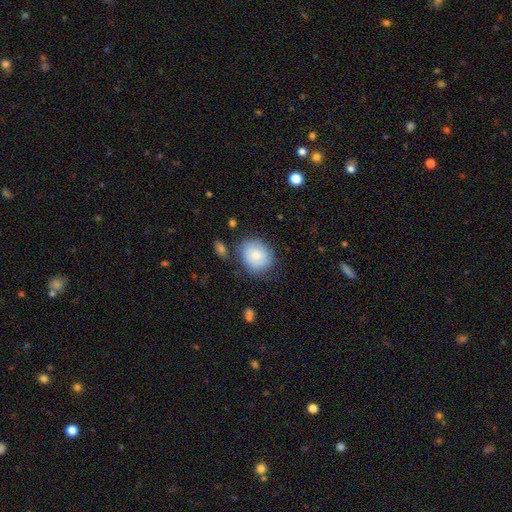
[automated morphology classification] Smooth or featured?
  - smooth: 79% *
  - featured or disk: 14%
  - star or artifact: 7%
How rounded?
  - round: 67% *
  - in between: 32%
  - cigar-shaped: 1%
Merging?
  - none: 69% *
  - minor disturbance: 20%
  - major disturbance: 6%
  - merger: 5%